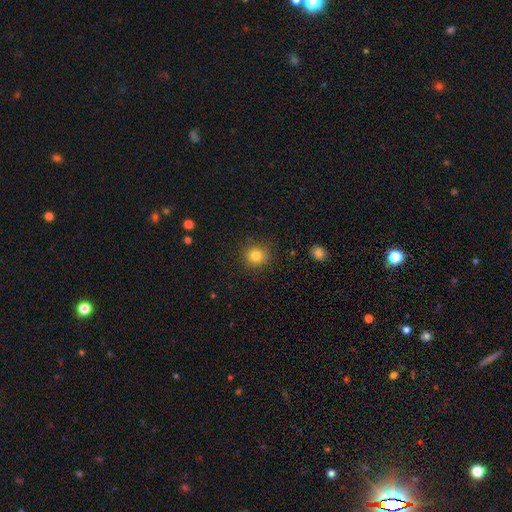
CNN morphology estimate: A smooth galaxy with no disk features (82%) that is round (88%).

Vote fractions:
- Smooth or featured? smooth: 82% / star or artifact: 12% / featured or disk: 6%
- How rounded? round: 88% / in between: 12% / cigar-shaped: 1%
- Merging? none: 88% / minor disturbance: 8% / major disturbance: 3% / merger: 1%